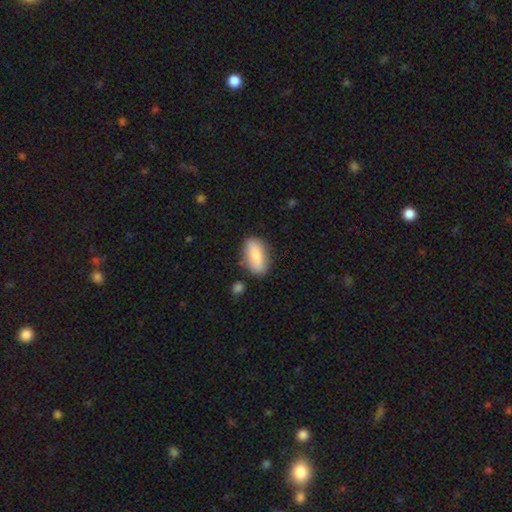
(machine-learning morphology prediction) smooth_or_featured: smooth (p=0.78) [alt: featured or disk p=0.15]
how_rounded: in between (p=0.86) [alt: cigar-shaped p=0.10]
merging: none (p=0.78) [alt: minor disturbance p=0.15]